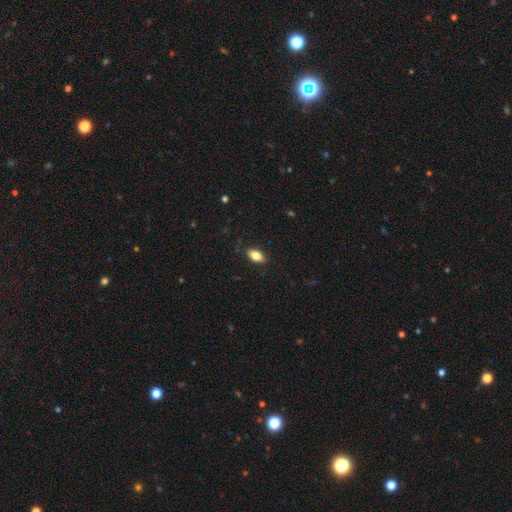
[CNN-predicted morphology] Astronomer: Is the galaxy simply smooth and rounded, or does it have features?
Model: smooth — 81%.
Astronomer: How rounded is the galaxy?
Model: in between — 89%.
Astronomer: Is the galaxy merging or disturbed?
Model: none — 86%.